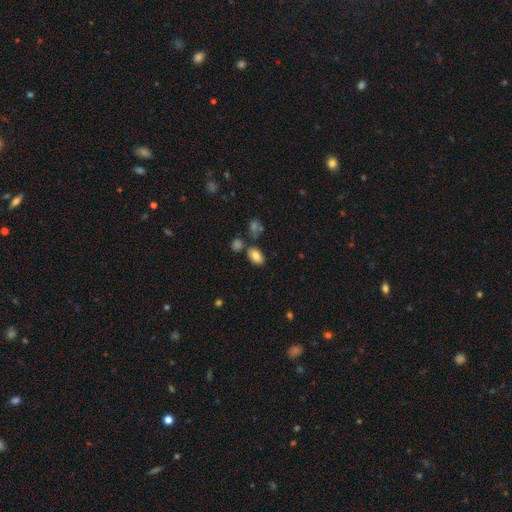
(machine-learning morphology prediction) Overall: smooth (80%). How rounded: in between (90%). Merging: none (72%).